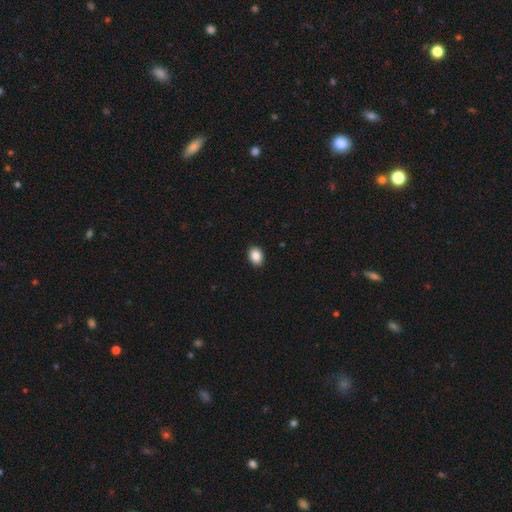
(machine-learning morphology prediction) A smooth galaxy with no disk features (88%) that is in between round and cigar-shaped (71%).

Vote fractions:
- Smooth or featured? smooth: 88% / star or artifact: 8% / featured or disk: 4%
- How rounded? in between: 71% / round: 28% / cigar-shaped: 1%
- Merging? none: 91% / minor disturbance: 6% / major disturbance: 2% / merger: 1%